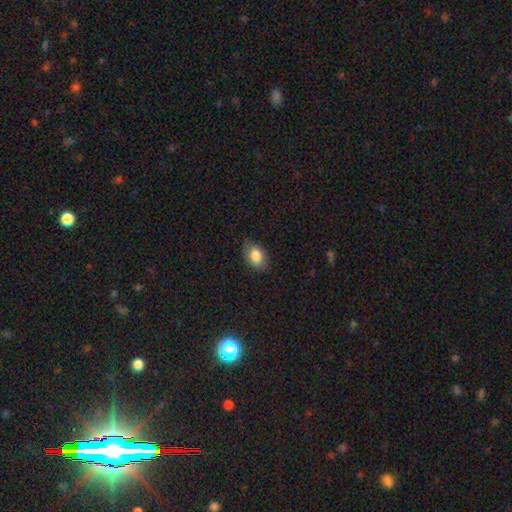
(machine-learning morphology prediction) A smooth galaxy with no disk features (82%) that is in between round and cigar-shaped (84%).

Vote fractions:
- Smooth or featured? smooth: 82% / featured or disk: 10% / star or artifact: 8%
- How rounded? in between: 84% / round: 15% / cigar-shaped: 1%
- Merging? none: 76% / minor disturbance: 18% / major disturbance: 4% / merger: 1%